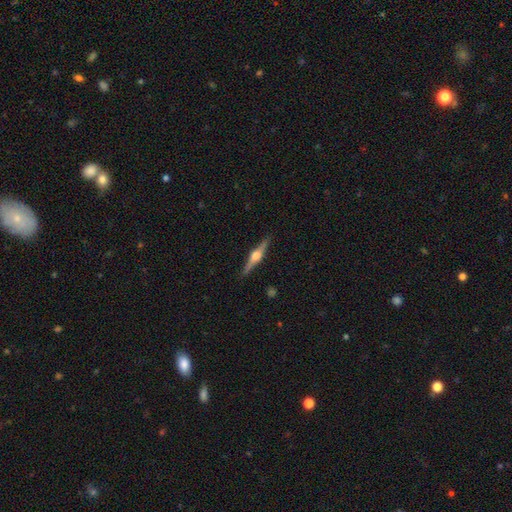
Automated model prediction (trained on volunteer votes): Overall: featured or disk (82%). Edge-on disk: yes (98%). Edge-on bulge: rounded (93%). Merging: none (91%).